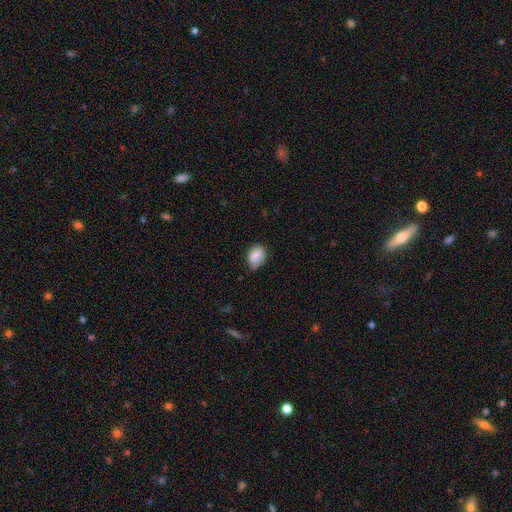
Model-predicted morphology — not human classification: type=smooth (80%); roundness=in between (69%); merging=none (52%).